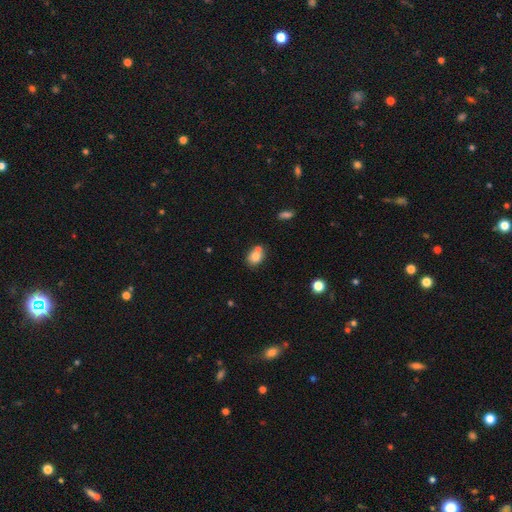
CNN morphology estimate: Smooth or featured? Predicted: smooth (p=0.77). How rounded? Predicted: round (p=0.50). Merging? Predicted: none (p=0.47).